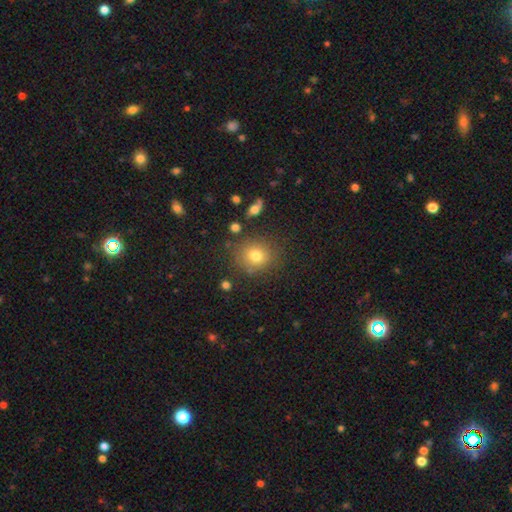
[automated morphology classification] smooth_or_featured: smooth (p=0.76) [alt: star or artifact p=0.14]
how_rounded: round (p=0.82) [alt: in between p=0.17]
merging: none (p=0.81) [alt: minor disturbance p=0.11]